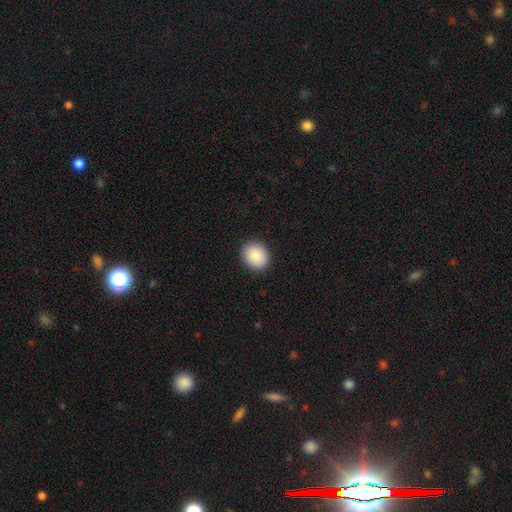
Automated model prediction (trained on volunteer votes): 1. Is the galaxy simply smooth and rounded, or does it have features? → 86% smooth, 7% star or artifact, 7% featured or disk.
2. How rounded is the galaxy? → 56% round, 43% in between, 1% cigar-shaped.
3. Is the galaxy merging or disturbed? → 91% none, 7% minor disturbance, 2% major disturbance, 1% merger.